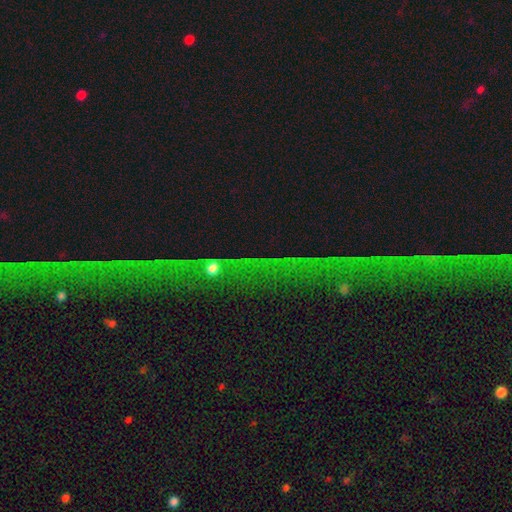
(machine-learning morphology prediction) star or artifact 83%, featured or disk 10%, smooth 7%.